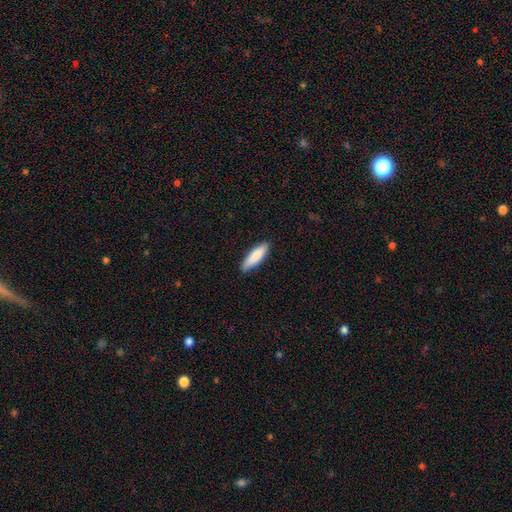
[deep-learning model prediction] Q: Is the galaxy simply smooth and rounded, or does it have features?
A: smooth — 83%.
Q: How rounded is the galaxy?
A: cigar-shaped — 55%.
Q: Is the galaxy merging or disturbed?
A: none — 86%.